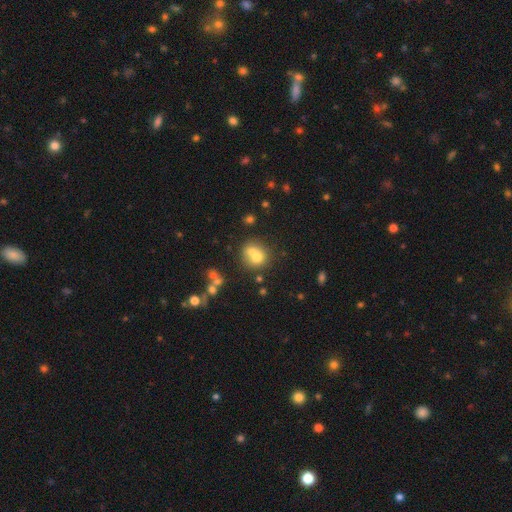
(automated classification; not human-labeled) Morphology: type=smooth (65%); roundness=round (78%); merging=merger (51%).